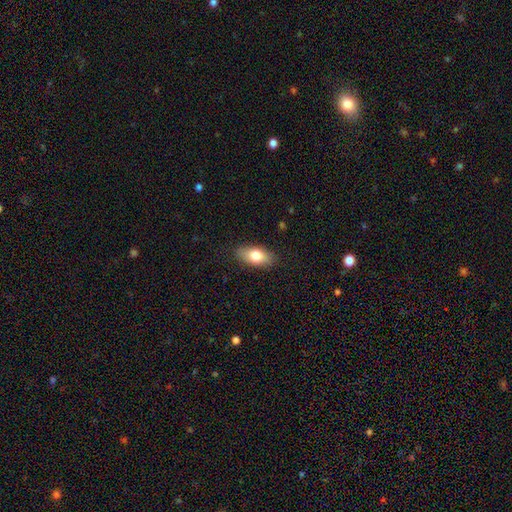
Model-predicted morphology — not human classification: A smooth galaxy with no disk features (78%) that is in between round and cigar-shaped (88%).

Vote fractions:
- Smooth or featured? smooth: 78% / featured or disk: 16% / star or artifact: 7%
- How rounded? in between: 88% / cigar-shaped: 8% / round: 5%
- Merging? none: 86% / minor disturbance: 10% / major disturbance: 2% / merger: 1%